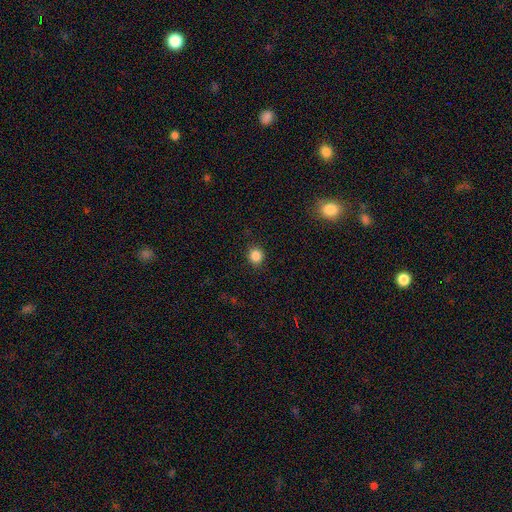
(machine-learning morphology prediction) smooth_or_featured: smooth (p=0.85) [alt: star or artifact p=0.11]
how_rounded: round (p=0.88) [alt: in between p=0.11]
merging: none (p=0.89) [alt: minor disturbance p=0.07]